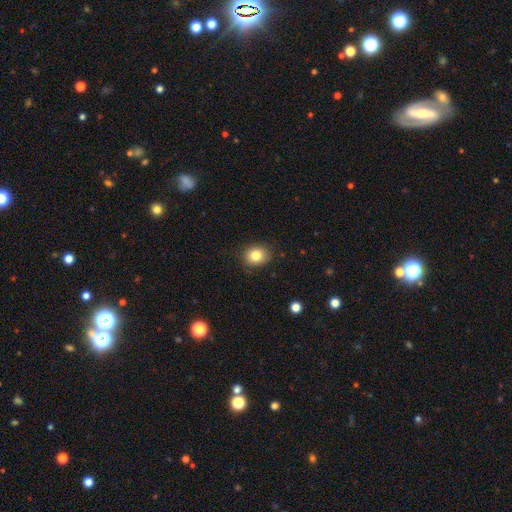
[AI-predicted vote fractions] This is clearly a smooth galaxy (82%). How rounded: possibly round (59%). Merging: clearly none (85%).